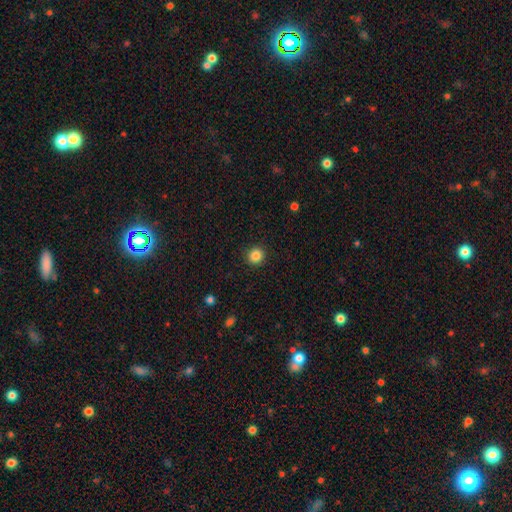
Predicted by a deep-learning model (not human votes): The model was most divided on "smooth or featured": smooth: 85%, star or artifact: 11%, featured or disk: 4%. More confident: how rounded — round (93%); merging — none (92%).